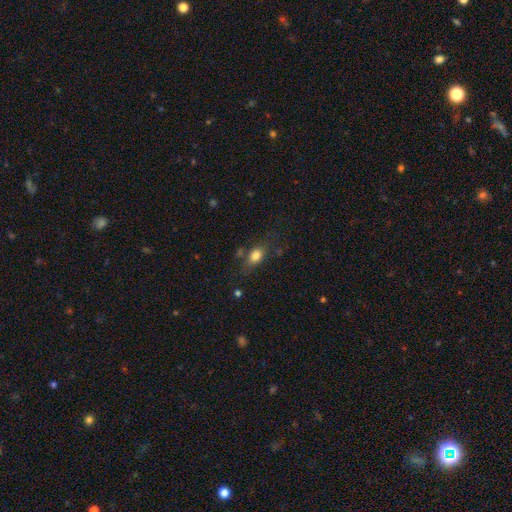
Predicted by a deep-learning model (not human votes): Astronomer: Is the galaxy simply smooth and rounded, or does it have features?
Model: smooth — 80%.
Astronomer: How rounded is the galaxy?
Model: in between — 73%.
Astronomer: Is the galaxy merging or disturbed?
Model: none — 66%.